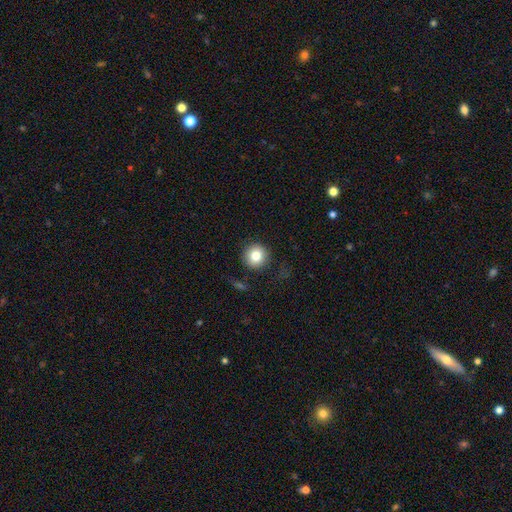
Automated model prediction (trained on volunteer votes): Smooth or featured: smooth — 81% (star or artifact — 10%)
How rounded: round — 95% (in between — 4%)
Merging: none — 85% (minor disturbance — 9%)